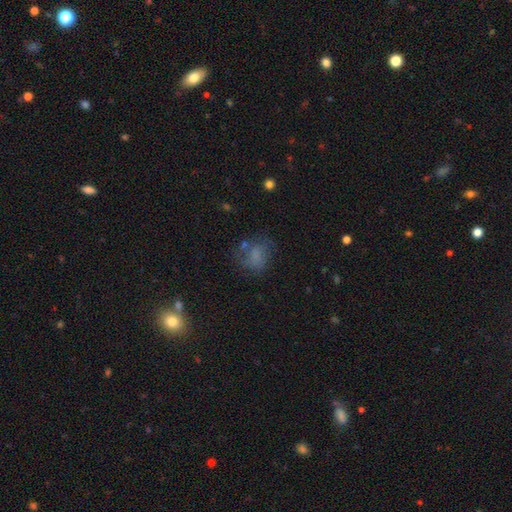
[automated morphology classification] Smooth or featured: smooth — 58% (featured or disk — 25%)
How rounded: round — 49% (tied with in between — 49%)
Merging: none — 50% (minor disturbance — 23%)